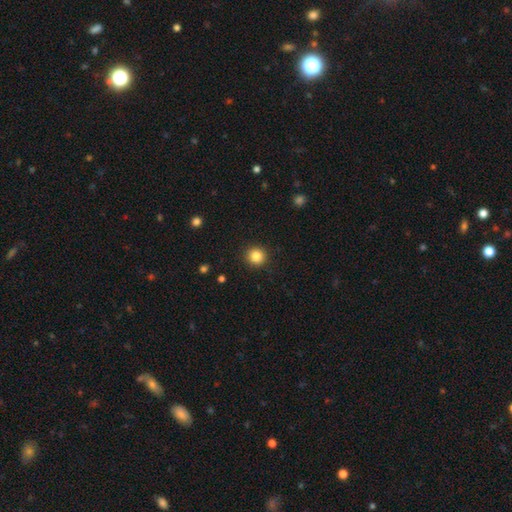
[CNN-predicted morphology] A smooth galaxy with no disk features (85%) that is round (93%).

Vote fractions:
- Smooth or featured? smooth: 85% / star or artifact: 11% / featured or disk: 5%
- How rounded? round: 93% / in between: 6% / cigar-shaped: 1%
- Merging? none: 92% / minor disturbance: 5% / major disturbance: 2% / merger: 1%